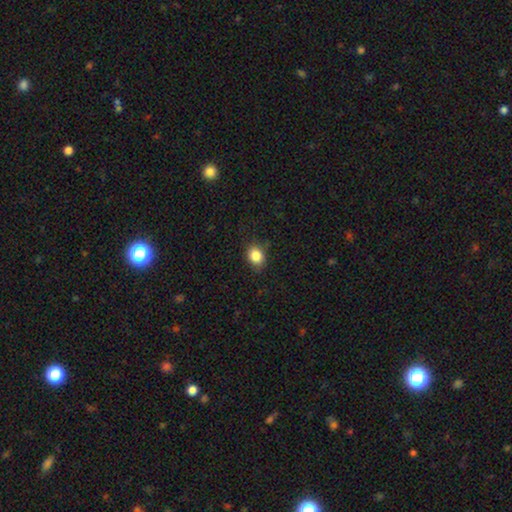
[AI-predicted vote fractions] Overall: smooth (85%). How rounded: round (53%; in between 46%). Merging: none (80%).